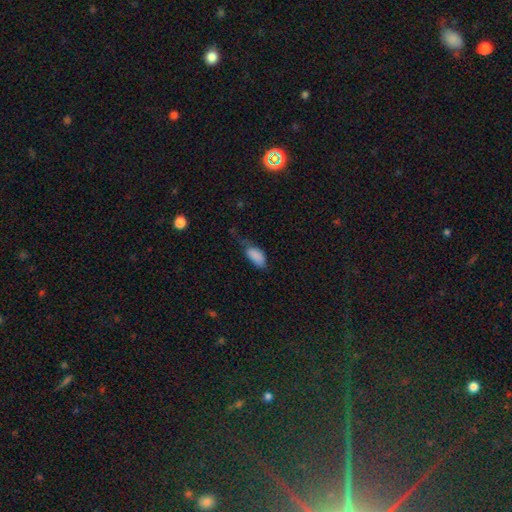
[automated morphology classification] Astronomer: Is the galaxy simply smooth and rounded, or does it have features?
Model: smooth — 85%.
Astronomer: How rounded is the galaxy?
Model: in between — 92%.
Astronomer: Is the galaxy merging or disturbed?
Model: minor disturbance — 40% (runner-up: major disturbance, 29%).